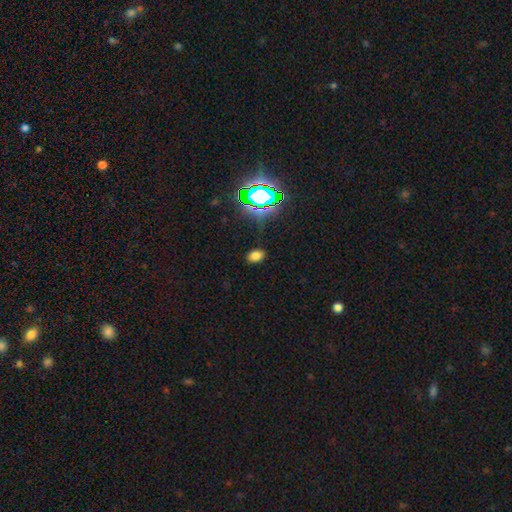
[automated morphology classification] This appears to be a smooth galaxy with no disk features (71%) that is in between round and cigar-shaped (84%). Merging: none (84%).